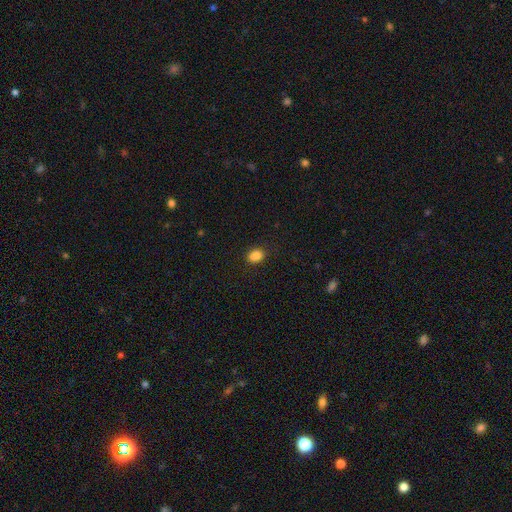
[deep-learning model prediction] Smooth or featured: smooth — 84% (star or artifact — 12%)
How rounded: in between — 64% (round — 35%)
Merging: none — 76% (minor disturbance — 15%)